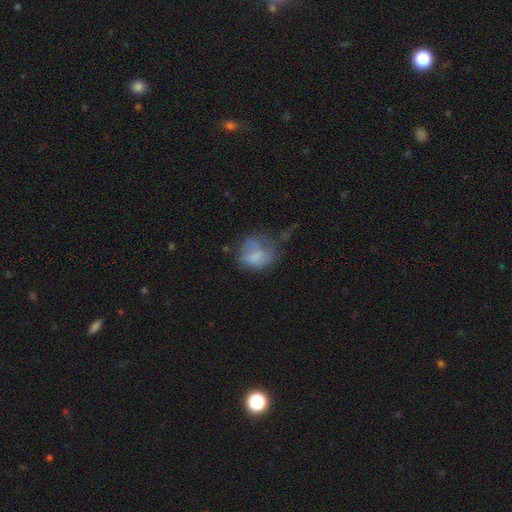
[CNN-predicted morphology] Smooth or featured? smooth (62%)
How rounded? round (51%)
Merging? major disturbance (37%)